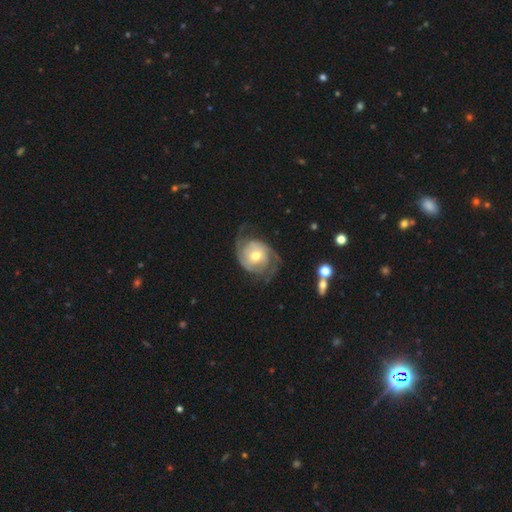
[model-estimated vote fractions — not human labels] Smooth or featured?
  - featured or disk: 83% *
  - smooth: 12%
  - star or artifact: 5%
Edge-on disk?
  - no: 97% *
  - yes: 3%
Bar?
  - no: 65% *
  - weak: 27%
  - strong: 8%
Spiral arms?
  - yes: 93% *
  - no: 7%
Spiral winding?
  - tight: 40% *
  - medium: 39%
  - loose: 21%
Spiral arm count?
  - 2: 77% *
  - can't tell: 9%
  - 3: 6%
  - 1: 3%
  - 4: 2%
  - more than 4: 2%
Bulge size?
  - moderate: 66% *
  - small: 27%
  - large: 5%
  - dominant: 1%
  - none: 1%
Merging?
  - none: 65% *
  - minor disturbance: 19%
  - major disturbance: 14%
  - merger: 2%